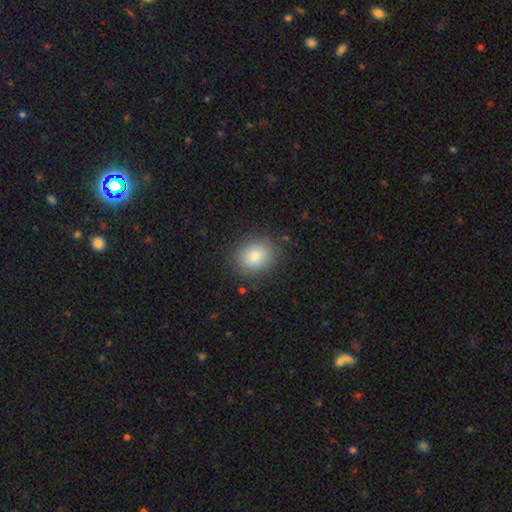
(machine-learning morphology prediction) type=smooth (85%); roundness=round (55%); merging=none (86%).